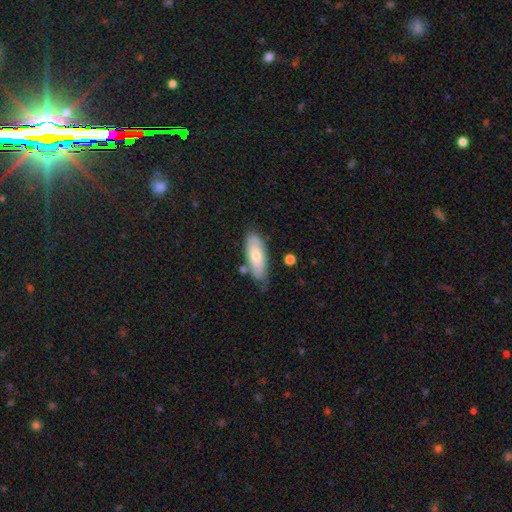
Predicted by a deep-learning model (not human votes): smooth 62%, featured or disk 31%, star or artifact 6%. Down the decision tree: how rounded — in between (69%); merging — none (68%).